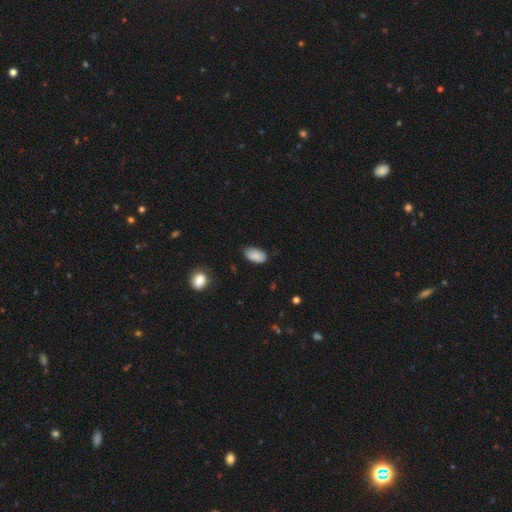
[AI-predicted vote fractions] This is clearly a smooth galaxy (87%). How rounded: clearly in between (94%). Merging: likely none (75%).